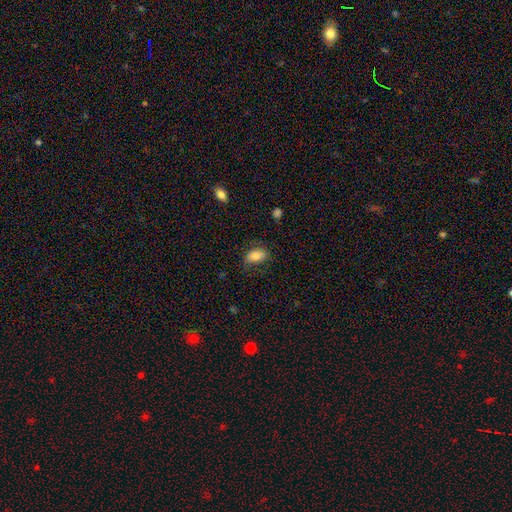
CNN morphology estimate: Smooth or featured? Predicted: smooth (p=0.80). How rounded? Predicted: in between (p=0.90). Merging? Predicted: none (p=0.70).